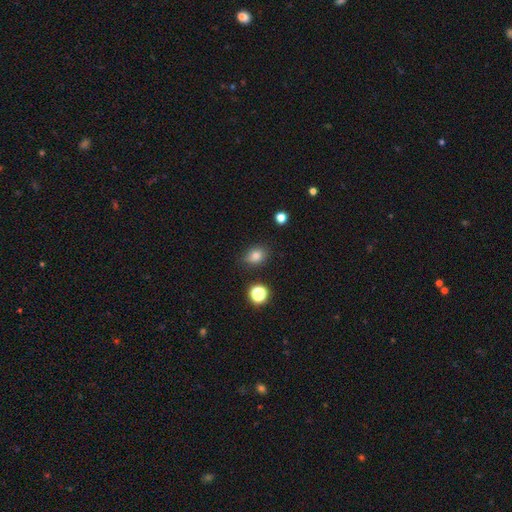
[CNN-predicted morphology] type=smooth (81%); roundness=in between (55%); merging=none (80%).